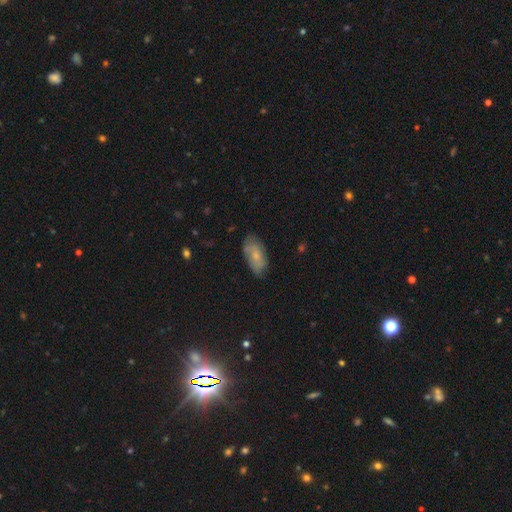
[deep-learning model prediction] Morphology: type=smooth (64%); roundness=in between (91%); merging=none (67%).